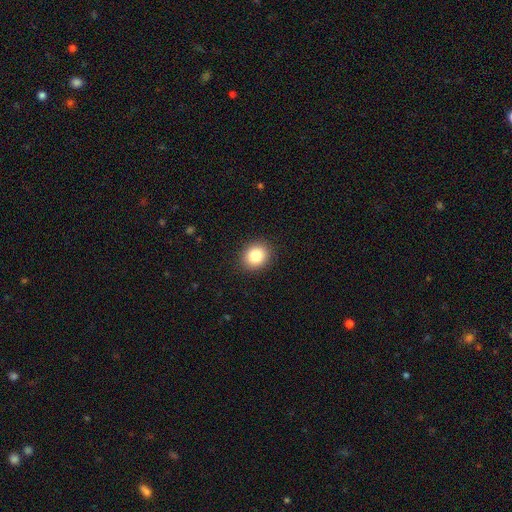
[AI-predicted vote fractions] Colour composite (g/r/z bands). It shows a smooth galaxy with no disk features (84%) that is round (72%). Merging: none (91%).